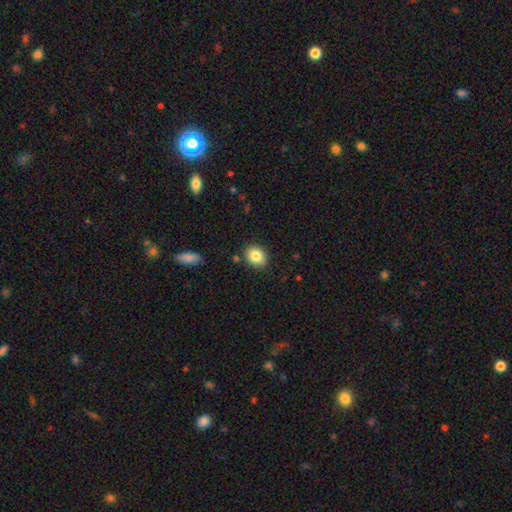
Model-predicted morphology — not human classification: Overall: smooth (84%). How rounded: round (53%; in between 46%). Merging: none (85%).